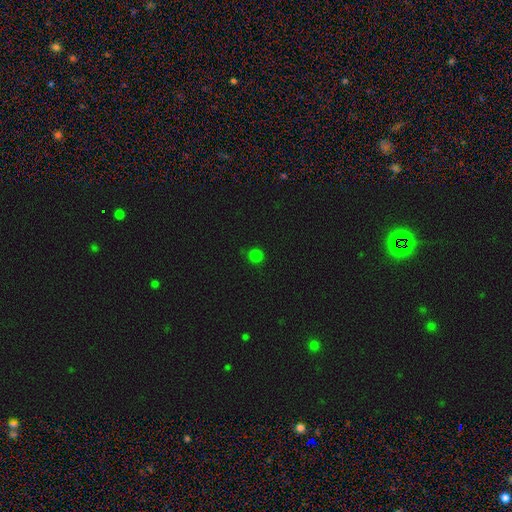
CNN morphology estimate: The model was most divided on "smooth or featured": smooth: 79%, star or artifact: 18%, featured or disk: 3%. More confident: how rounded — round (93%); merging — none (89%).